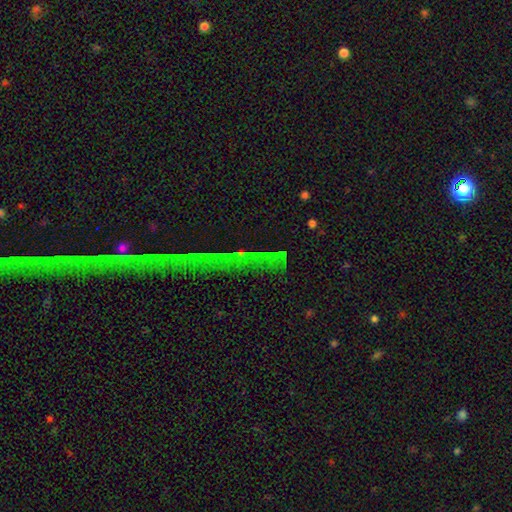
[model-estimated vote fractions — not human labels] Smooth or featured? star or artifact (71%)